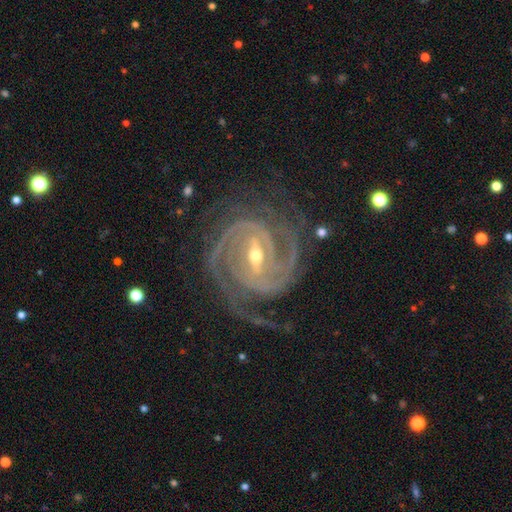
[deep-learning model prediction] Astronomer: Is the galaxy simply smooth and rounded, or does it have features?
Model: featured or disk — 93%.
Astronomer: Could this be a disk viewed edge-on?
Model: no — 97%.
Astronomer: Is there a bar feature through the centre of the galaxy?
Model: strong — 56% (runner-up: weak, 34%).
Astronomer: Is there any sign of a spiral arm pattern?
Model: yes — 99%.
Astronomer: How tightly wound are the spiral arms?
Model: tight — 66%.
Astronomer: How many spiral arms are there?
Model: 2 — 31% (runner-up: 3, 28%).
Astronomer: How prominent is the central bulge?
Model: small — 51% (runner-up: moderate, 46%).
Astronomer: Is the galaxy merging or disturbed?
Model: none — 72%.